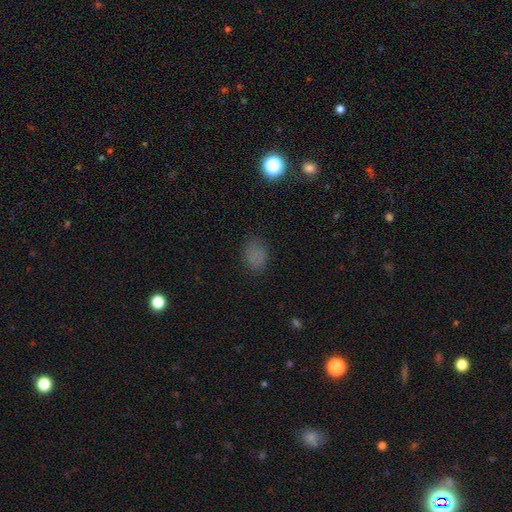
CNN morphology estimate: This appears to be a smooth galaxy with no disk features (75%) that is in between round and cigar-shaped (67%). Merging: none (77%).